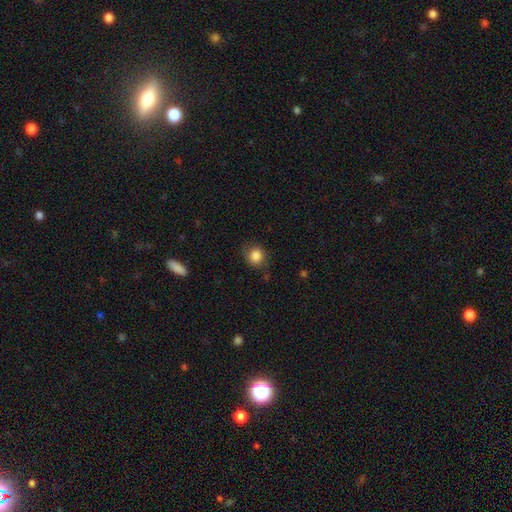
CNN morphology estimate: smooth-or-featured: smooth: 83% | star or artifact: 9% | featured or disk: 8%
  how-rounded: round: 73% | in between: 26% | cigar-shaped: 1%
  merging: none: 70% | minor disturbance: 22% | major disturbance: 7% | merger: 2%